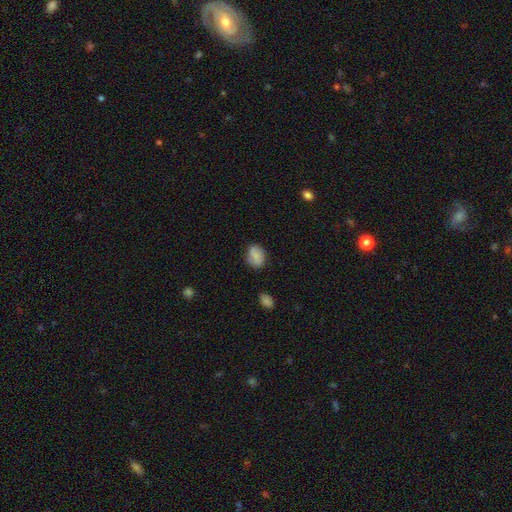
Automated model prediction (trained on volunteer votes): smooth 80%, featured or disk 12%, star or artifact 8%. Down the decision tree: how rounded — in between (68%); merging — none (74%).